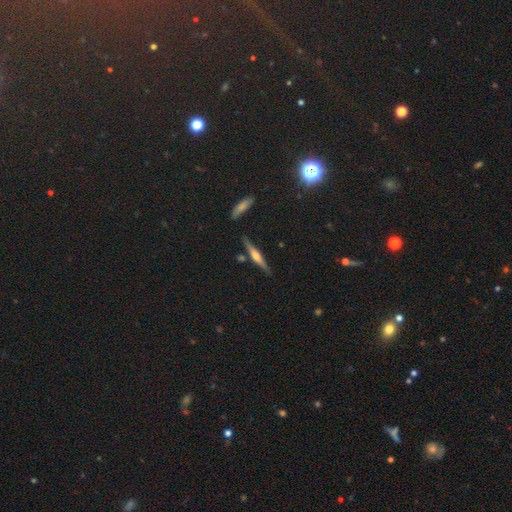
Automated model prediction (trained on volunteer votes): smooth-or-featured: featured or disk: 64% | smooth: 28% | star or artifact: 7%
  disk-edge-on: yes: 97% | no: 3%
    edge-on-bulge: rounded: 77% | boxy: 14% | none: 9%
  merging: none: 83% | minor disturbance: 10% | merger: 4% | major disturbance: 2%